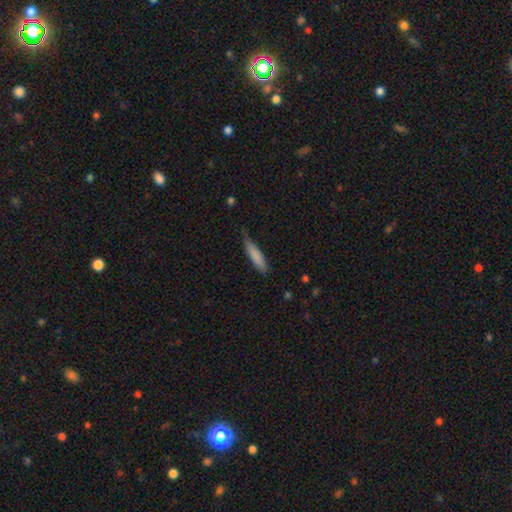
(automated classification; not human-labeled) smooth 82%, featured or disk 12%, star or artifact 6%. Down the decision tree: how rounded — cigar-shaped (79%); merging — none (61%).